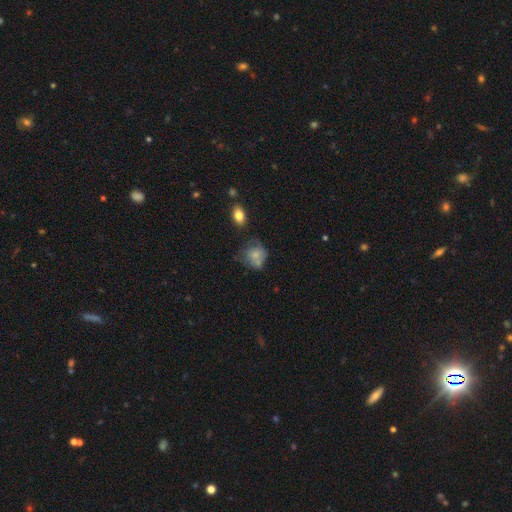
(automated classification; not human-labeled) smooth 67%, featured or disk 23%, star or artifact 10%. Down the decision tree: how rounded — round (64%); merging — none (41%).